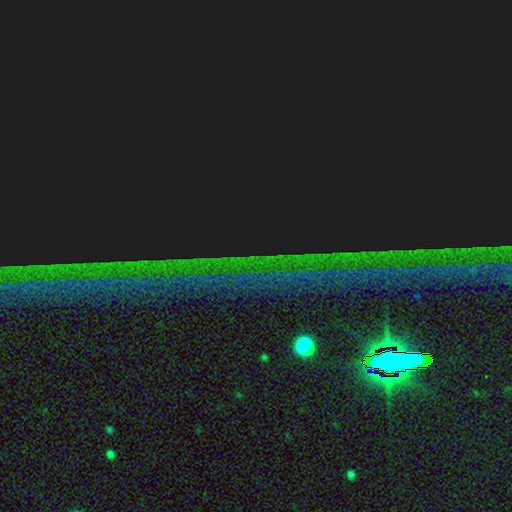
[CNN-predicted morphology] smooth-or-featured: star or artifact: 88% | featured or disk: 6% | smooth: 5%